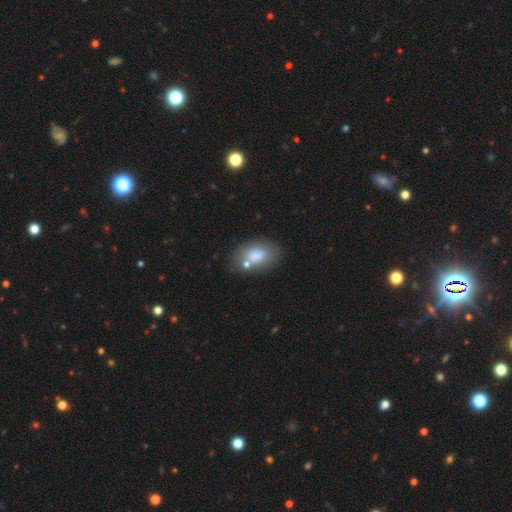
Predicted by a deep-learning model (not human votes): Morphology: type=smooth (79%); roundness=in between (85%); merging=none (60%).